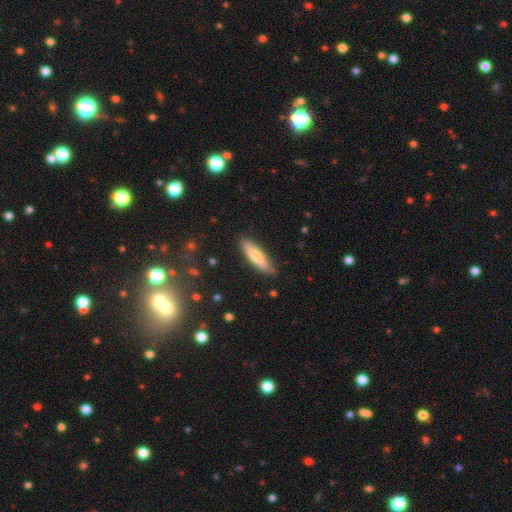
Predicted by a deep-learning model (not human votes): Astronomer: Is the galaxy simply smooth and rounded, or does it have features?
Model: smooth — 66%.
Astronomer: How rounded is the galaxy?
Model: cigar-shaped — 66%.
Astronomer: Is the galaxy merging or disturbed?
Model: none — 86%.